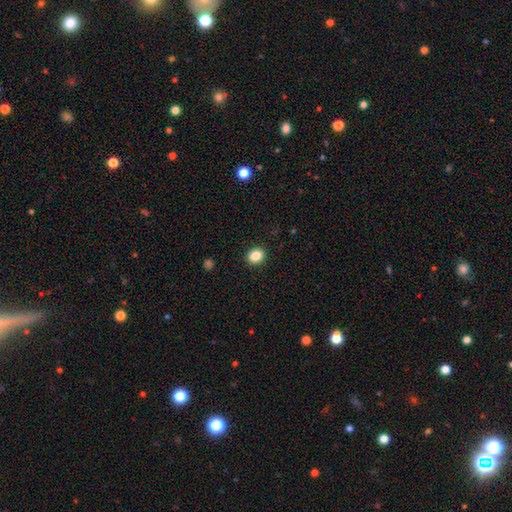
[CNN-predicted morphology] This is clearly a smooth galaxy (85%). How rounded: possibly round (53%). Merging: clearly none (91%).